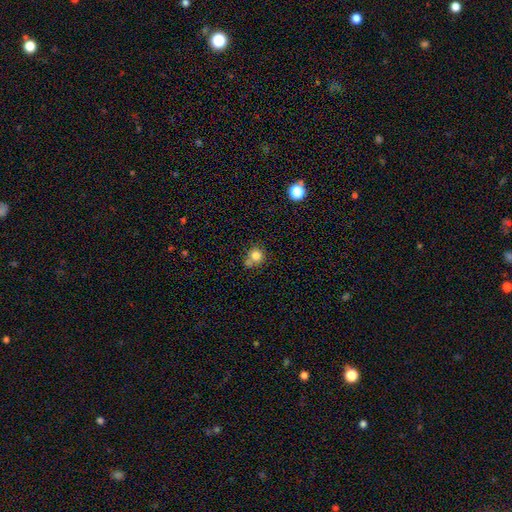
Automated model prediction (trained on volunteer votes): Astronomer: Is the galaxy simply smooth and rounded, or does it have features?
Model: smooth — 80%.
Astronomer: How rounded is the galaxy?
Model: round — 87%.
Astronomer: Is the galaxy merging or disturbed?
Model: none — 55%.